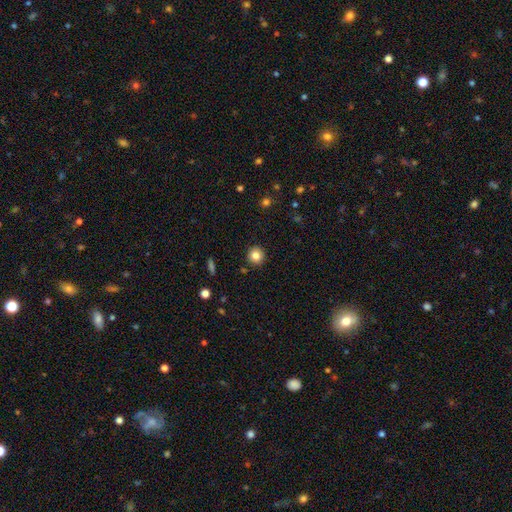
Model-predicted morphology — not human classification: This appears to be a smooth galaxy with no disk features (82%) that is round (94%). Merging: none (91%).